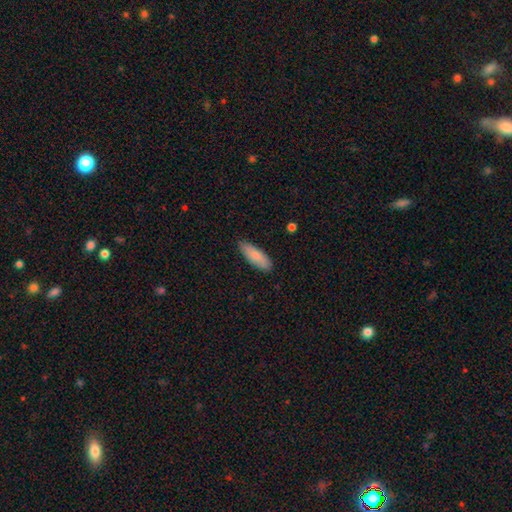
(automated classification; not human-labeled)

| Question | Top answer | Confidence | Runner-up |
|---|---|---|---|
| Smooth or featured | smooth | 83% | featured or disk (12%) |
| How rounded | in between | 63% | cigar-shaped (35%) |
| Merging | none | 84% | minor disturbance (13%) |